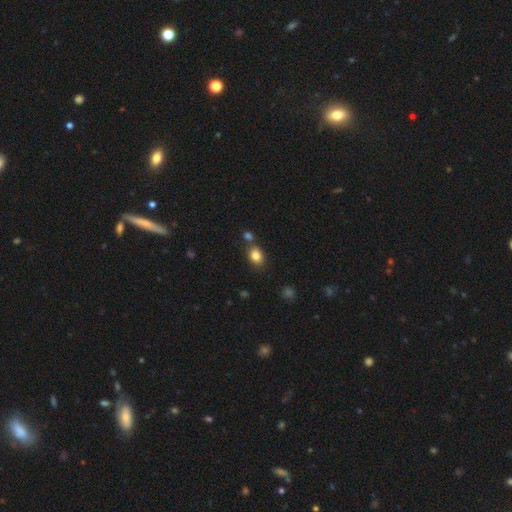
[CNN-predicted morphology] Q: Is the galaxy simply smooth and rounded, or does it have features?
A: smooth — 84%.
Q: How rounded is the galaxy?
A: in between — 64%.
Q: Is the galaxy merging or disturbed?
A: none — 72%.